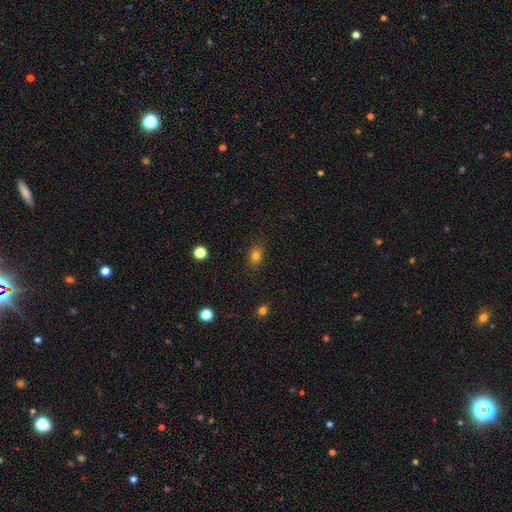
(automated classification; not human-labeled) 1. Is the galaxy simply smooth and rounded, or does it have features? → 80% smooth, 13% star or artifact, 7% featured or disk.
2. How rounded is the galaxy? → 67% in between, 31% round, 2% cigar-shaped.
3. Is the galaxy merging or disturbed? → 85% none, 11% minor disturbance, 3% major disturbance, 1% merger.